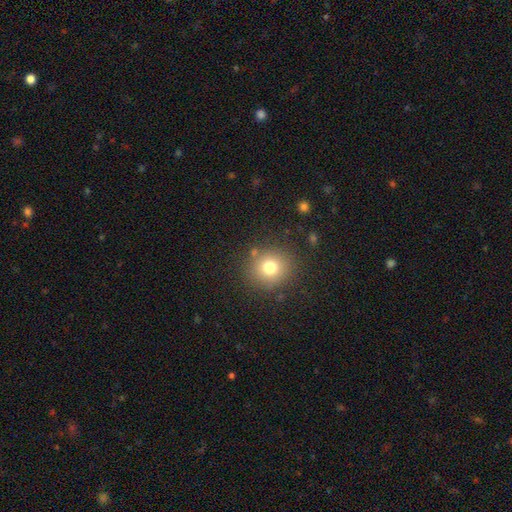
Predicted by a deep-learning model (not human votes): This appears to be a smooth galaxy with no disk features (70%) that is round (90%). Merging: none (89%).